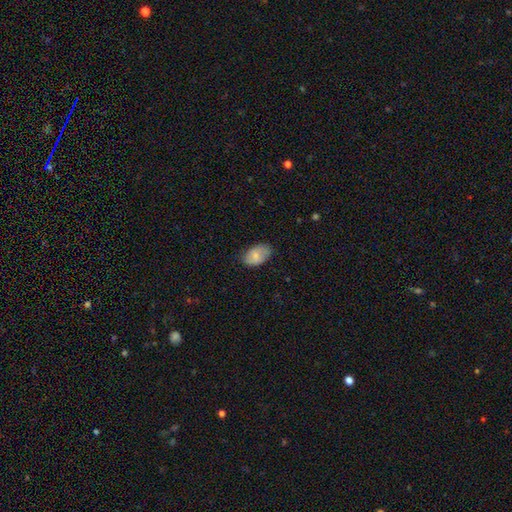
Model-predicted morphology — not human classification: The model was most divided on "merging": none: 76%, minor disturbance: 19%, major disturbance: 4%, merger: 1%. More confident: how rounded — in between (91%); smooth or featured — smooth (77%).